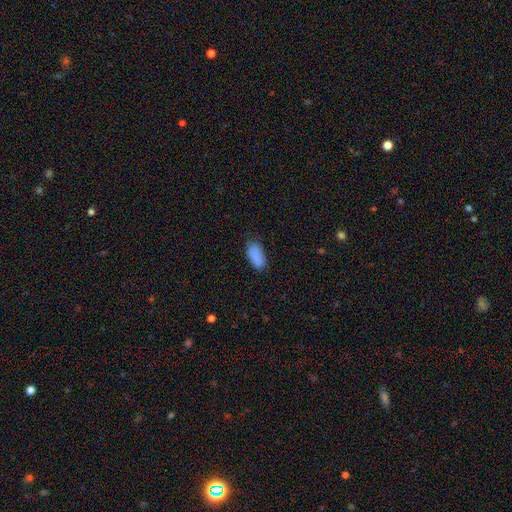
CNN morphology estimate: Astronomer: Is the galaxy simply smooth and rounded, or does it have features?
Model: smooth — 87%.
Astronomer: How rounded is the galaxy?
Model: in between — 92%.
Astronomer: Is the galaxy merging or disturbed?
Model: none — 76%.